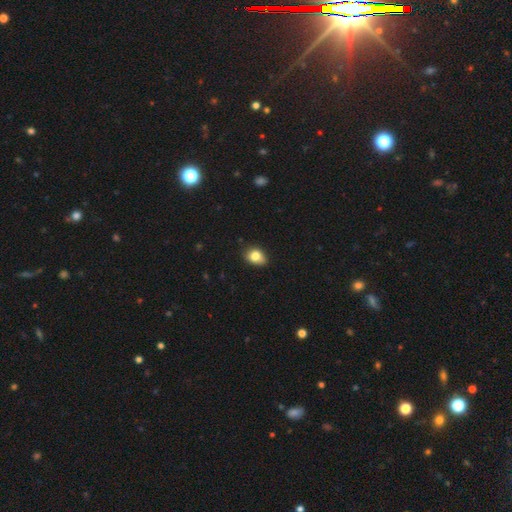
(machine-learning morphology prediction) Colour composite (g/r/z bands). It shows a smooth galaxy with no disk features (81%) that is in between round and cigar-shaped (65%). Merging: none (73%).